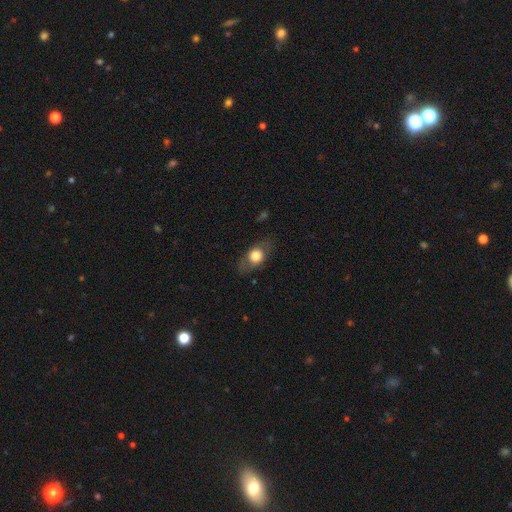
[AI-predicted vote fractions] smooth-or-featured: smooth: 65% | featured or disk: 28% | star or artifact: 7%
  how-rounded: in between: 68% | round: 27% | cigar-shaped: 5%
  merging: none: 77% | minor disturbance: 15% | major disturbance: 6% | merger: 1%